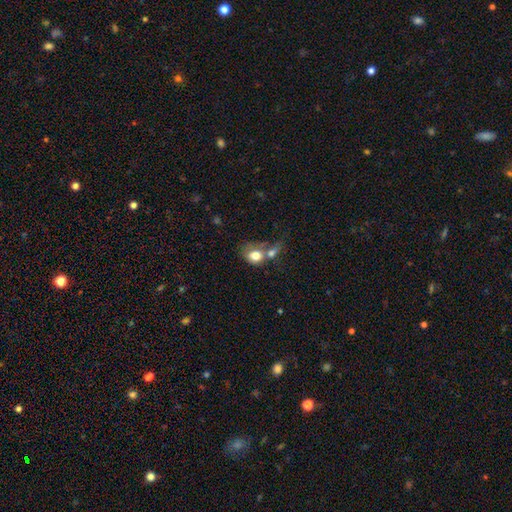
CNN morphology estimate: A smooth galaxy with no disk features (75%) that is in between round and cigar-shaped (54%).

Vote fractions:
- Smooth or featured? smooth: 75% / featured or disk: 17% / star or artifact: 9%
- How rounded? in between: 54% / round: 45% / cigar-shaped: 1%
- Merging? merger: 52% / none: 23% / minor disturbance: 13% / major disturbance: 12%